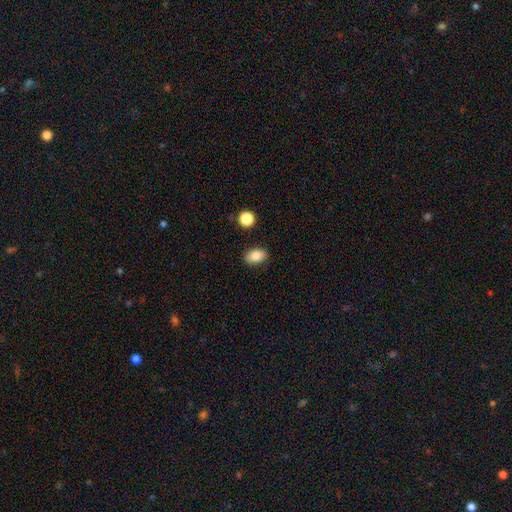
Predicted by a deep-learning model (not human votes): A smooth galaxy with no disk features (85%) that is in between round and cigar-shaped (85%).

Vote fractions:
- Smooth or featured? smooth: 85% / star or artifact: 9% / featured or disk: 6%
- How rounded? in between: 85% / round: 14% / cigar-shaped: 2%
- Merging? none: 86% / minor disturbance: 10% / major disturbance: 2% / merger: 2%